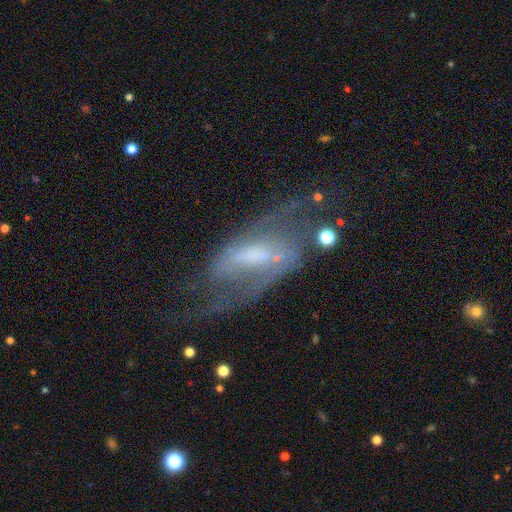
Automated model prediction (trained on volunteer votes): Smooth or featured?
  - featured or disk: 79% *
  - smooth: 13%
  - star or artifact: 8%
Edge-on disk?
  - no: 91% *
  - yes: 9%
Bar?
  - weak: 47% *
  - strong: 30%
  - no: 24%
Spiral arms?
  - yes: 86% *
  - no: 14%
Spiral winding?
  - medium: 44% *
  - loose: 39%
  - tight: 17%
Spiral arm count?
  - 2: 74% *
  - can't tell: 15%
  - 1: 5%
  - 3: 3%
  - 4: 2%
  - more than 4: 2%
Bulge size?
  - moderate: 35% *
  - small: 33%
  - none: 20%
  - large: 10%
  - dominant: 2%
Merging?
  - none: 53% *
  - major disturbance: 23%
  - minor disturbance: 20%
  - merger: 4%